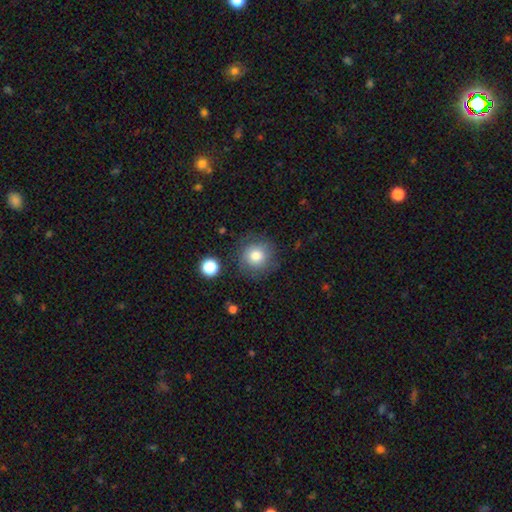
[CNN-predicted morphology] A smooth galaxy with no disk features (80%) that is round (92%).

Vote fractions:
- Smooth or featured? smooth: 80% / star or artifact: 10% / featured or disk: 9%
- How rounded? round: 92% / in between: 7% / cigar-shaped: 1%
- Merging? none: 82% / minor disturbance: 11% / major disturbance: 4% / merger: 3%